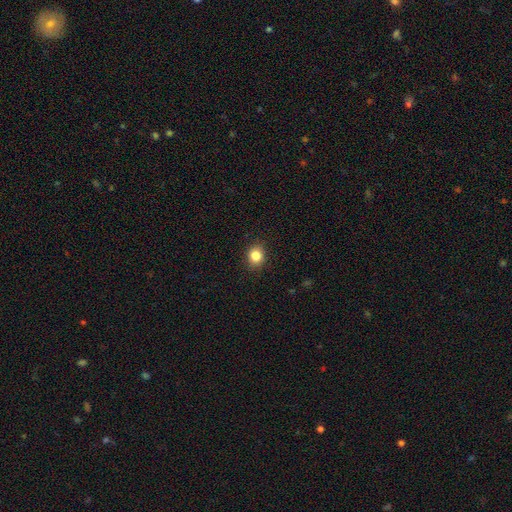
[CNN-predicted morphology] This is clearly a smooth galaxy (85%). How rounded: likely round (70%). Merging: clearly none (89%).